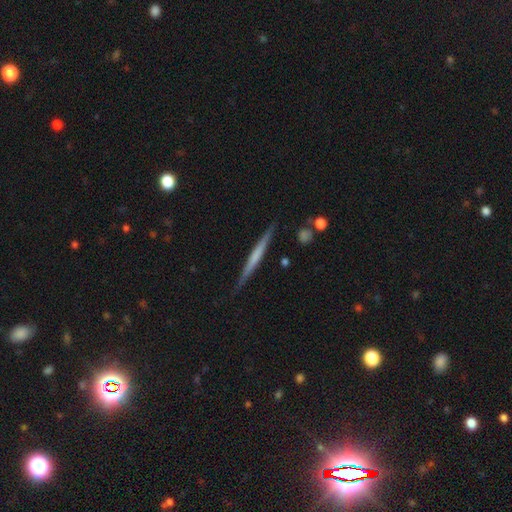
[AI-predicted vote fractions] This appears to be a featured or disk galaxy (56%) viewed edge-on (97%) with no central bulge (73%). Merging: none (89%).